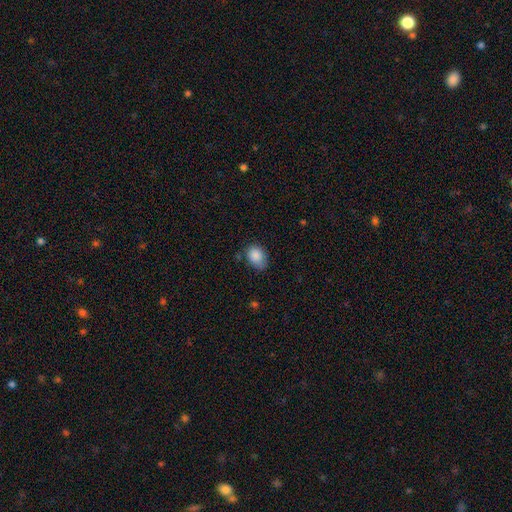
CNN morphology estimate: Smooth or featured?
  - smooth: 87% *
  - star or artifact: 8%
  - featured or disk: 5%
How rounded?
  - in between: 69% *
  - round: 30%
  - cigar-shaped: 1%
Merging?
  - none: 64% *
  - minor disturbance: 28%
  - major disturbance: 6%
  - merger: 3%